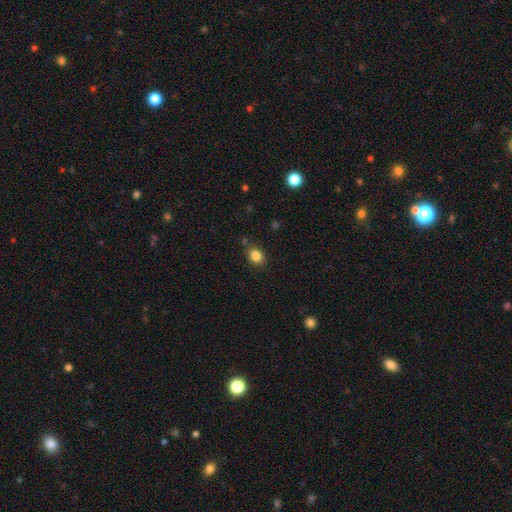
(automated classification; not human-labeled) smooth_or_featured: smooth (p=0.84) [alt: star or artifact p=0.10]
how_rounded: in between (p=0.50) [alt: round p=0.49]
merging: none (p=0.81) [alt: minor disturbance p=0.12]